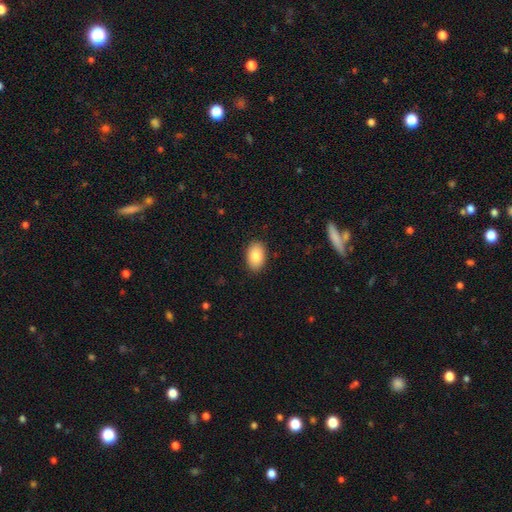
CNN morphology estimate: Smooth or featured? Predicted: smooth (p=0.86). How rounded? Predicted: in between (p=0.90). Merging? Predicted: none (p=0.88).